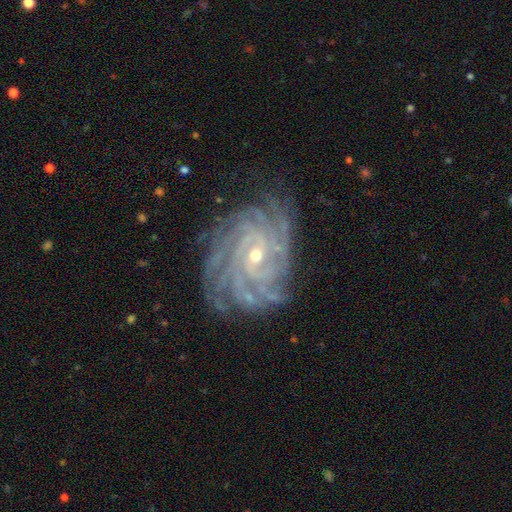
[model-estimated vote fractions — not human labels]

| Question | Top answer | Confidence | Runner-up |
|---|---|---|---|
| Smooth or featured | featured or disk | 92% | star or artifact (5%) |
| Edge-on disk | no | 97% | yes (3%) |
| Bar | no | 50% | weak (37%) |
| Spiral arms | yes | 98% | no (2%) |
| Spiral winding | tight | 80% | medium (17%) |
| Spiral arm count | more than 4 | 35% | 4 (25%) |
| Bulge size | small | 64% | moderate (33%) |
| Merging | none | 78% | minor disturbance (15%) |